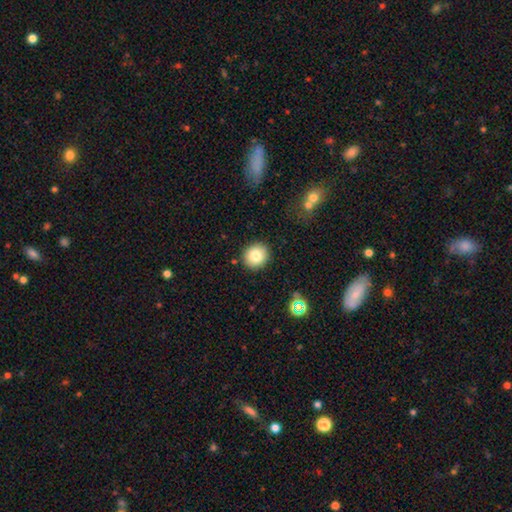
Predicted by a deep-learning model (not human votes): smooth_or_featured: smooth (p=0.82) [alt: star or artifact p=0.10]
how_rounded: round (p=0.82) [alt: in between p=0.17]
merging: none (p=0.89) [alt: minor disturbance p=0.07]